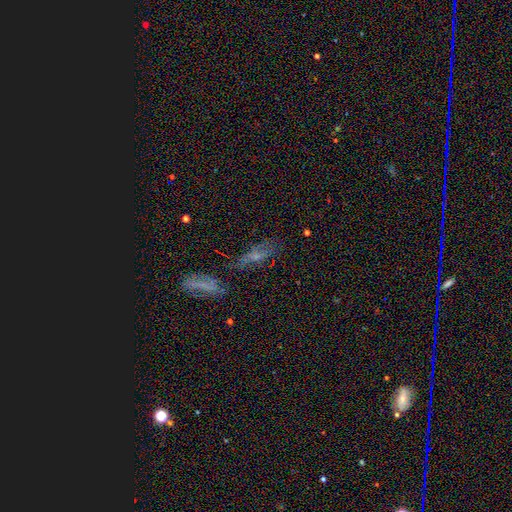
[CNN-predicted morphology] The model was most divided on "smooth or featured": smooth: 38%, featured or disk: 33%, star or artifact: 28%. More confident: merging — none (59%).